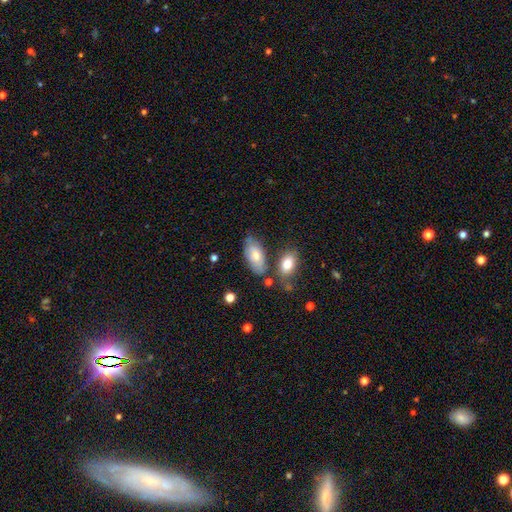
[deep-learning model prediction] Morphology: type=smooth (70%); roundness=in between (92%); merging=none (62%).